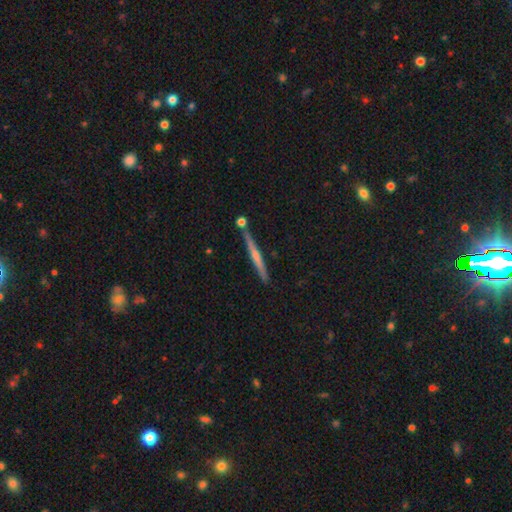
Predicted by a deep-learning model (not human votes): Smooth or featured? featured or disk (69%)
Edge-on disk? yes (97%)
Edge-on bulge? rounded (65%)
Merging? none (87%)